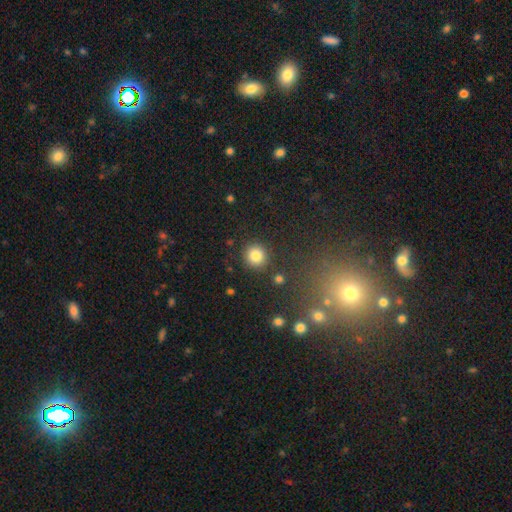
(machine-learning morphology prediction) type=smooth (83%); roundness=round (92%); merging=none (88%).